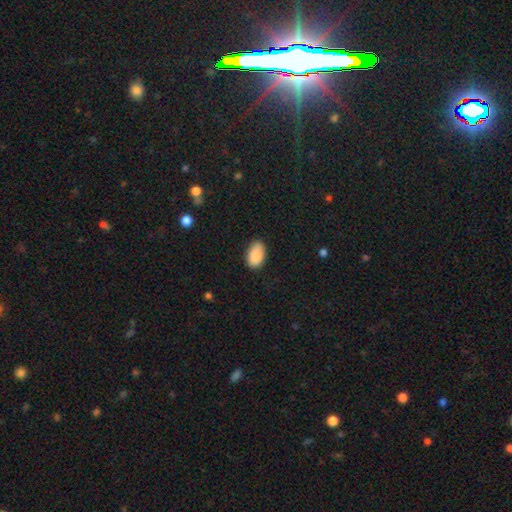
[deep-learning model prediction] Q: Smooth or featured?
A: smooth (88%); runner-up: star or artifact (7%)
Q: How rounded?
A: in between (92%); runner-up: round (7%)
Q: Merging?
A: none (81%); runner-up: minor disturbance (15%)